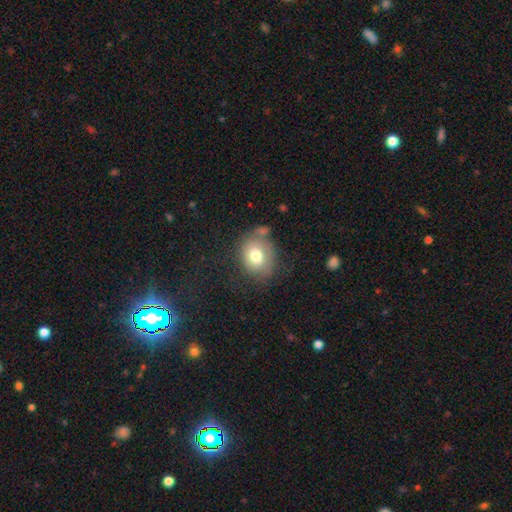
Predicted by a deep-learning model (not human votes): smooth 75%, featured or disk 15%, star or artifact 10%. Down the decision tree: how rounded — round (67%); merging — none (61%).